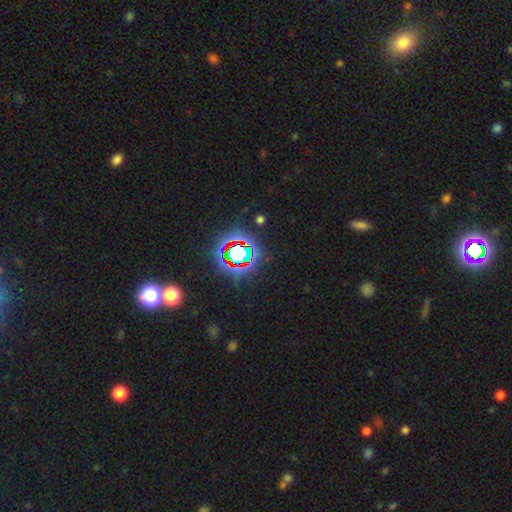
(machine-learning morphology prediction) smooth_or_featured: star or artifact (p=0.79) [alt: smooth p=0.13]